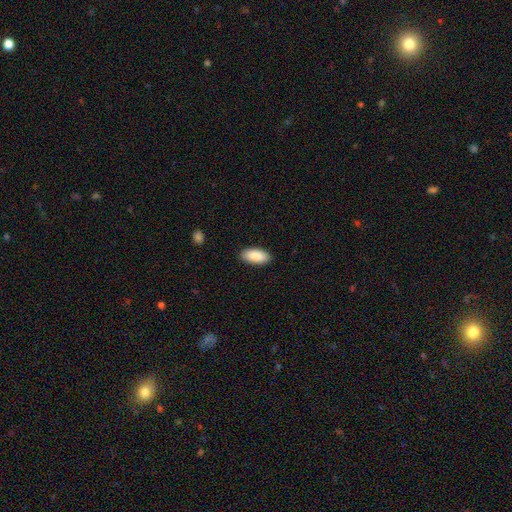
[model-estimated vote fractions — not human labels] A smooth galaxy with no disk features (90%) that is in between round and cigar-shaped (91%). Merging: none (89%).